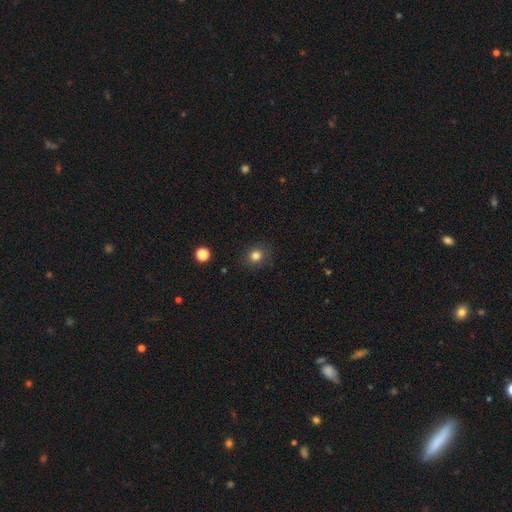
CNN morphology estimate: Smooth or featured? Predicted: smooth (p=0.82). How rounded? Predicted: round (p=0.78). Merging? Predicted: none (p=0.86).